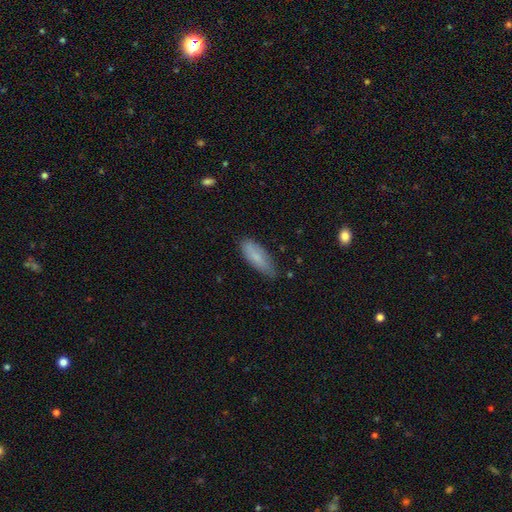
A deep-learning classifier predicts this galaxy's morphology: smooth-or-featured: smooth: 78% | featured or disk: 15% | star or artifact: 6%
  how-rounded: in between: 69% | cigar-shaped: 30% | round: 2%
  merging: none: 70% | minor disturbance: 25% | major disturbance: 4% | merger: 2%